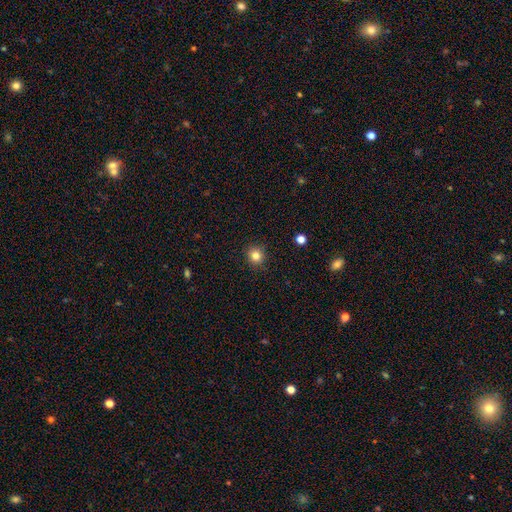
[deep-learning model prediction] This is clearly a smooth galaxy (83%). How rounded: clearly round (90%). Merging: clearly none (90%).